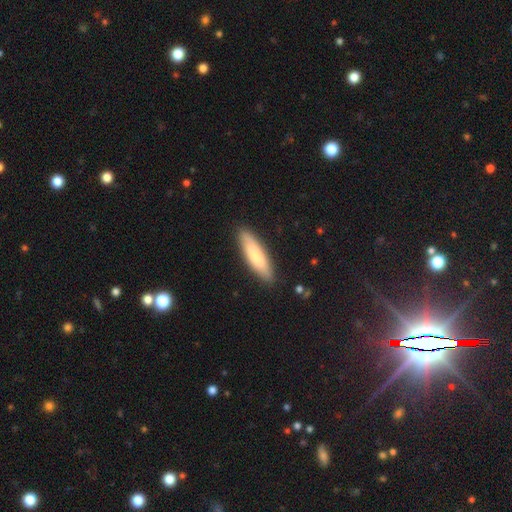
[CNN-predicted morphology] Smooth or featured? Predicted: smooth (p=0.78). How rounded? Predicted: cigar-shaped (p=0.65). Merging? Predicted: none (p=0.88).